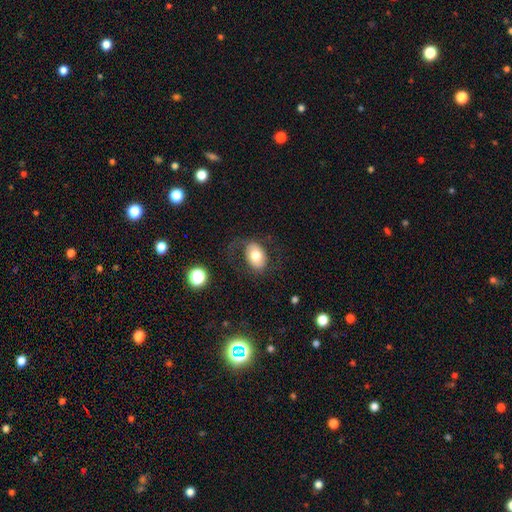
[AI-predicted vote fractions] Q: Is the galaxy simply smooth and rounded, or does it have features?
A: smooth — 65%.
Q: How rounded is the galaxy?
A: in between — 81%.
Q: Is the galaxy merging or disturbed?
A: none — 65%.